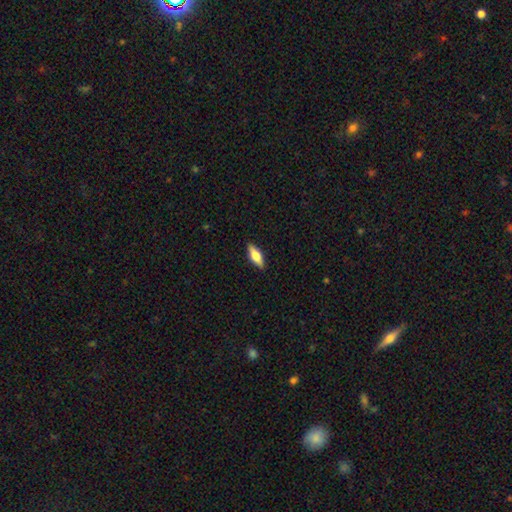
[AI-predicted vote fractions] Smooth or featured: smooth — 61% (featured or disk — 33%)
How rounded: in between — 65% (cigar-shaped — 33%)
Merging: none — 89% (minor disturbance — 8%)